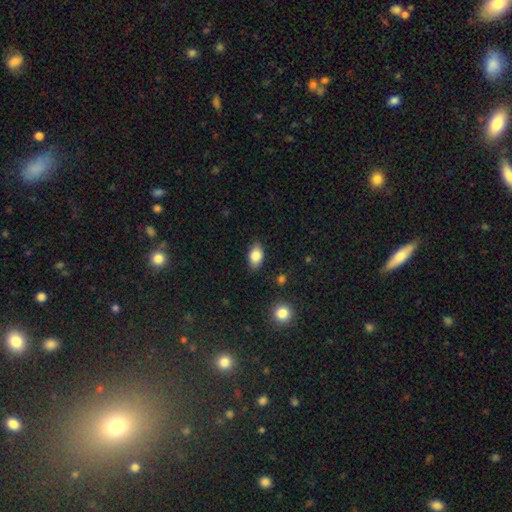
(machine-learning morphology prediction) smooth 82%, featured or disk 10%, star or artifact 8%. Down the decision tree: how rounded — in between (89%); merging — none (84%).